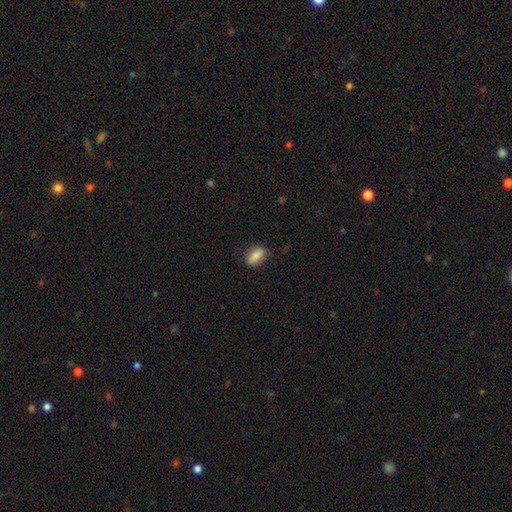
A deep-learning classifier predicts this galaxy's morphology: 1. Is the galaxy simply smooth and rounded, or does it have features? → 80% smooth, 13% featured or disk, 8% star or artifact.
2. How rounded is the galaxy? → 83% in between, 10% round, 7% cigar-shaped.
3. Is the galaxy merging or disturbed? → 82% none, 14% minor disturbance, 3% major disturbance, 1% merger.